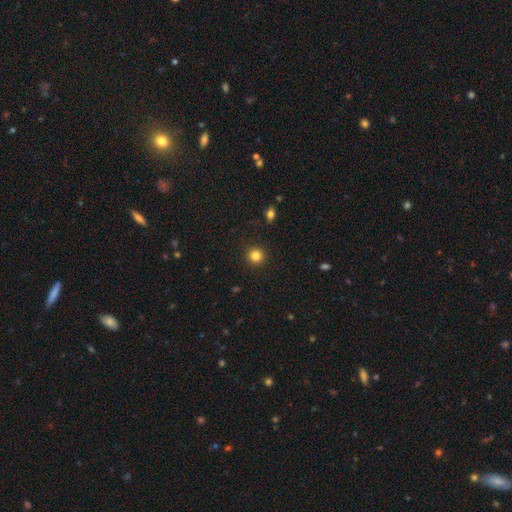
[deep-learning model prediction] A smooth galaxy with no disk features (83%) that is round (94%). Merging: none (92%).